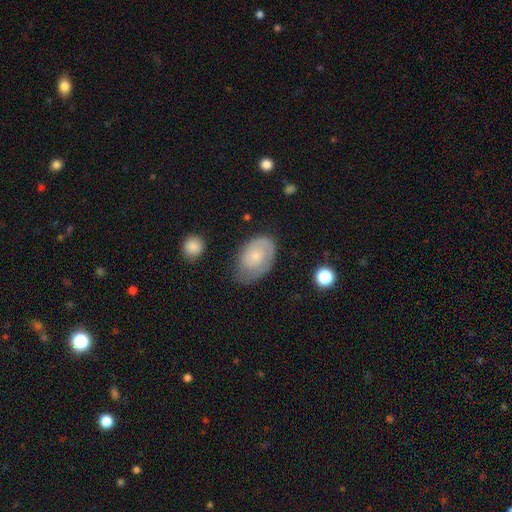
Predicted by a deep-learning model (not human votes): Morphology: type=smooth (50%); merging=none (55%).